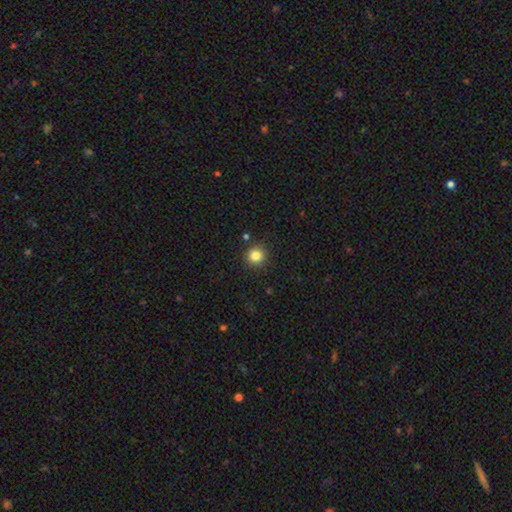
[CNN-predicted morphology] Smooth or featured: smooth — 83% (star or artifact — 12%)
How rounded: round — 94% (in between — 5%)
Merging: none — 90% (minor disturbance — 6%)